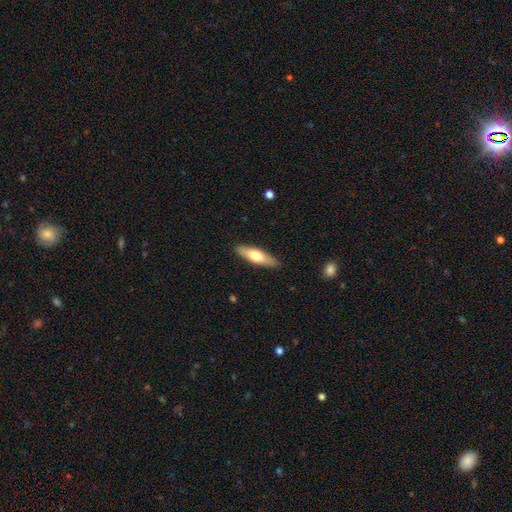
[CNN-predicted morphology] Smooth or featured?
  - smooth: 60% *
  - featured or disk: 34%
  - star or artifact: 5%
How rounded?
  - cigar-shaped: 57% *
  - in between: 41%
  - round: 2%
Merging?
  - none: 88% *
  - minor disturbance: 9%
  - major disturbance: 2%
  - merger: 1%